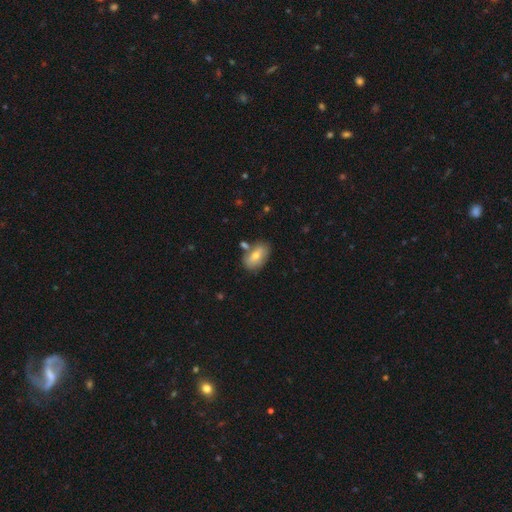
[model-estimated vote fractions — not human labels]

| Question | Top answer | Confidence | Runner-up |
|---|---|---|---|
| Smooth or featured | smooth | 69% | featured or disk (23%) |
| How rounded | in between | 90% | round (7%) |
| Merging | none | 69% | minor disturbance (16%) |